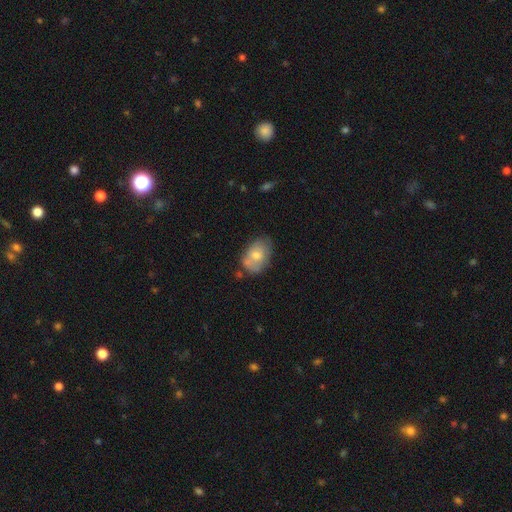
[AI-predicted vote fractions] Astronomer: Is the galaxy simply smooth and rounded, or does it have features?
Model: smooth — 68%.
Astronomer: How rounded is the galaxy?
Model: in between — 82%.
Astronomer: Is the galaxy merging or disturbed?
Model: none — 52% (runner-up: minor disturbance, 29%).